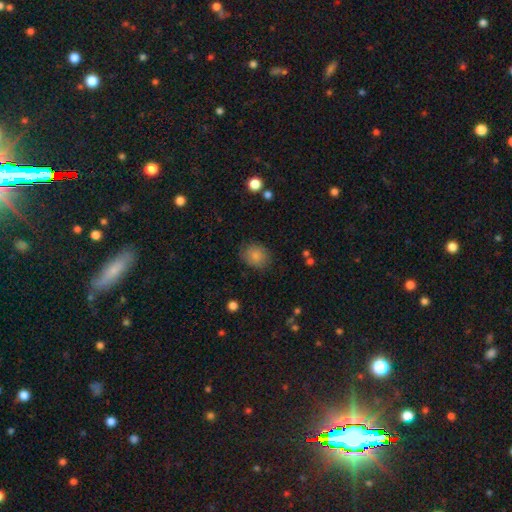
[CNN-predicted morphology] This appears to be a smooth galaxy with no disk features (83%) that is round (59%). Merging: none (81%).